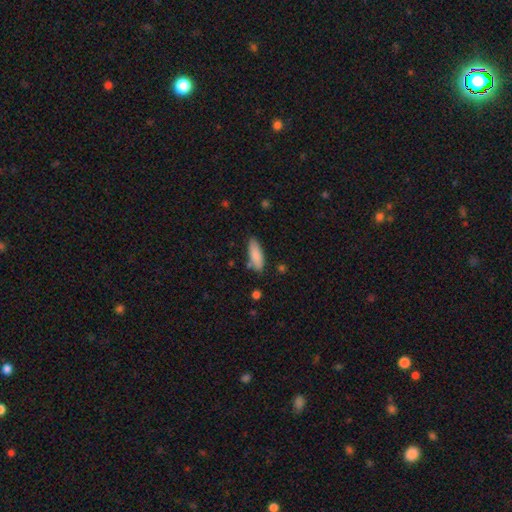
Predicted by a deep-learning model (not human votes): Smooth or featured: smooth — 85% (featured or disk — 9%)
How rounded: in between — 66% (cigar-shaped — 32%)
Merging: none — 80% (minor disturbance — 14%)